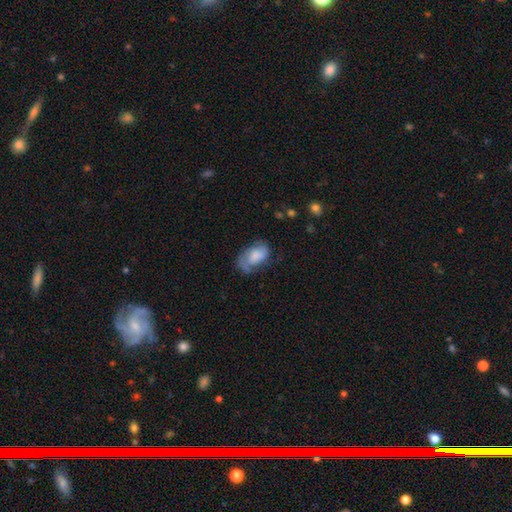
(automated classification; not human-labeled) Smooth or featured? smooth (58%)
How rounded? in between (91%)
Merging? none (44%)